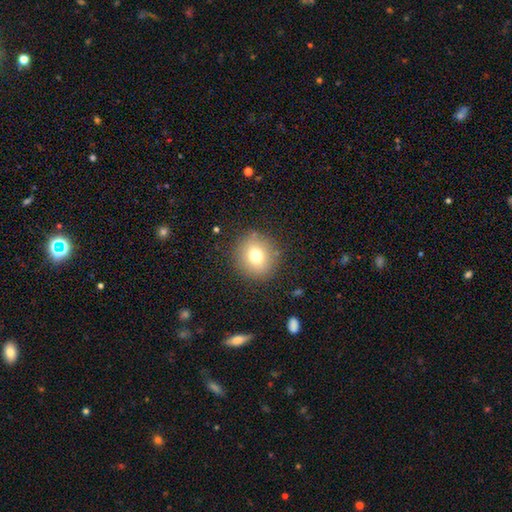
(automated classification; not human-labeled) smooth 75%, star or artifact 13%, featured or disk 13%. Down the decision tree: how rounded — round (89%); merging — none (87%).